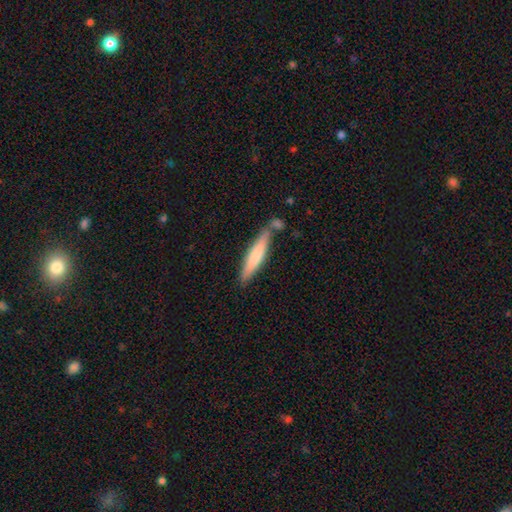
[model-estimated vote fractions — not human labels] Smooth or featured: smooth — 69% (featured or disk — 26%)
How rounded: cigar-shaped — 90% (in between — 9%)
Merging: none — 71% (minor disturbance — 15%)